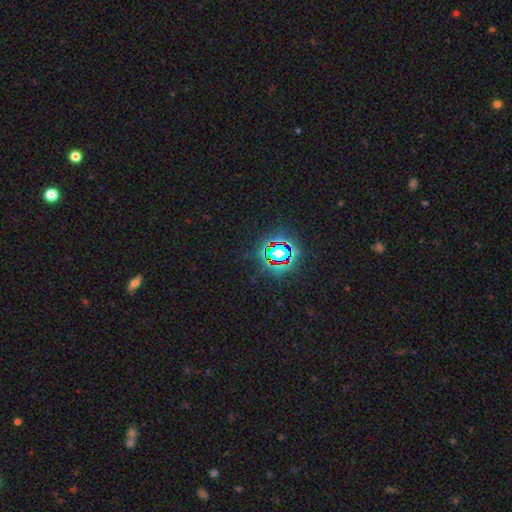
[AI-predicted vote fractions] Overall: star or artifact (80%).